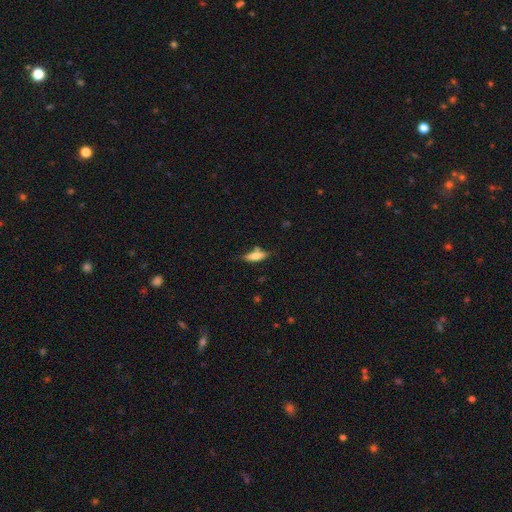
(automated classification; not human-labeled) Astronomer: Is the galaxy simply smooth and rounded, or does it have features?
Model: smooth — 71%.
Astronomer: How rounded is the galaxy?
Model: in between — 54% (runner-up: cigar-shaped, 44%).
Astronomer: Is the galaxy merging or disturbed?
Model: none — 65%.